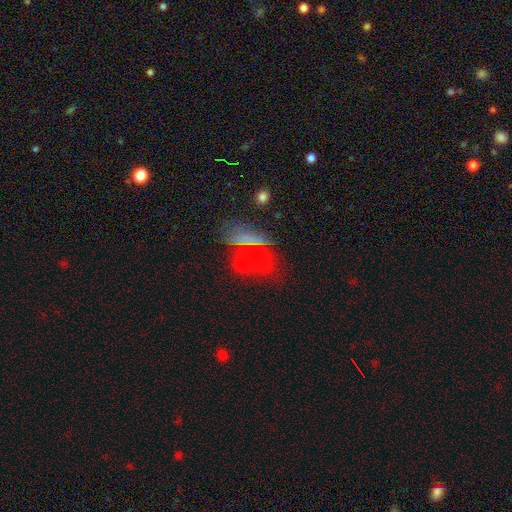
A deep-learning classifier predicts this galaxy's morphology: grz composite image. It shows a smooth galaxy with no disk features (50%) that is in between round and cigar-shaped (53%). Merging: none (51%).